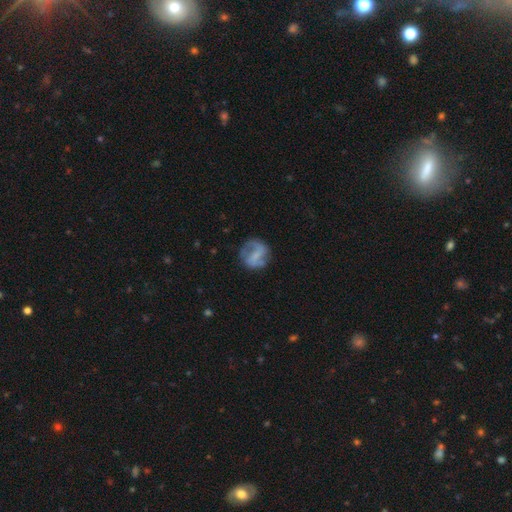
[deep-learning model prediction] Q: Smooth or featured?
A: featured or disk (58%); runner-up: smooth (34%)
Q: Edge-on disk?
A: no (97%); runner-up: yes (3%)
Q: Bar?
A: weak (38%); runner-up: strong (32%)
Q: Spiral arms?
A: yes (72%); runner-up: no (28%)
Q: Bulge size?
A: none (52%); runner-up: small (27%)
Q: Merging?
A: none (63%); runner-up: minor disturbance (20%)